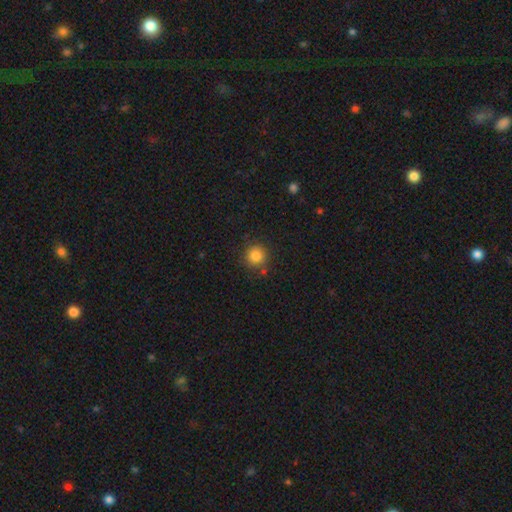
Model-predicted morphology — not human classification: A smooth galaxy with no disk features (83%) that is round (93%).

Vote fractions:
- Smooth or featured? smooth: 83% / star or artifact: 12% / featured or disk: 5%
- How rounded? round: 93% / in between: 6% / cigar-shaped: 1%
- Merging? none: 83% / minor disturbance: 10% / merger: 4% / major disturbance: 3%